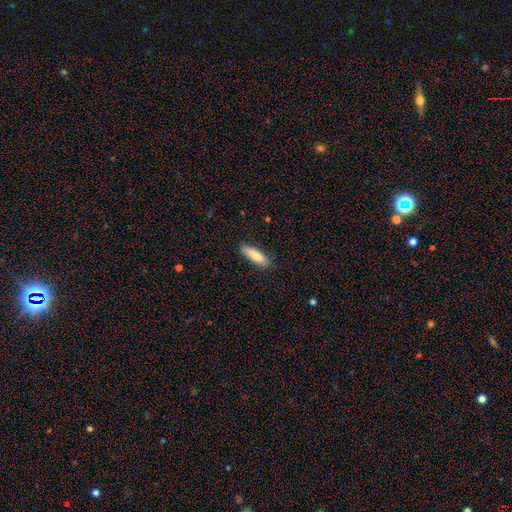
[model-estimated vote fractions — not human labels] smooth-or-featured: smooth: 81% | featured or disk: 13% | star or artifact: 6%
  how-rounded: cigar-shaped: 61% | in between: 38% | round: 2%
  merging: none: 83% | minor disturbance: 14% | major disturbance: 2% | merger: 1%